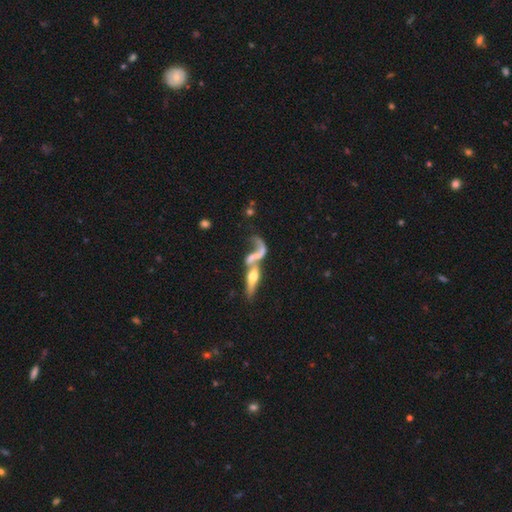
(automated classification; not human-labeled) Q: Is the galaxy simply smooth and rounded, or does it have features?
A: featured or disk — 65%.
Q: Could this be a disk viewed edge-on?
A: no — 63%.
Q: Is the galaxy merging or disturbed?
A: merger — 58%.